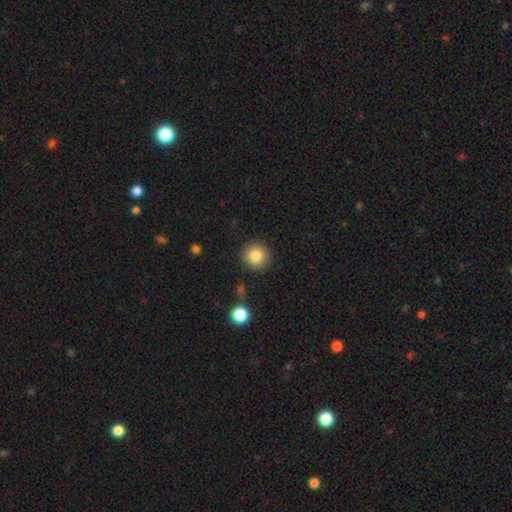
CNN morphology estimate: The model was most divided on "smooth or featured": smooth: 84%, star or artifact: 10%, featured or disk: 6%. More confident: how rounded — round (94%); merging — none (89%).